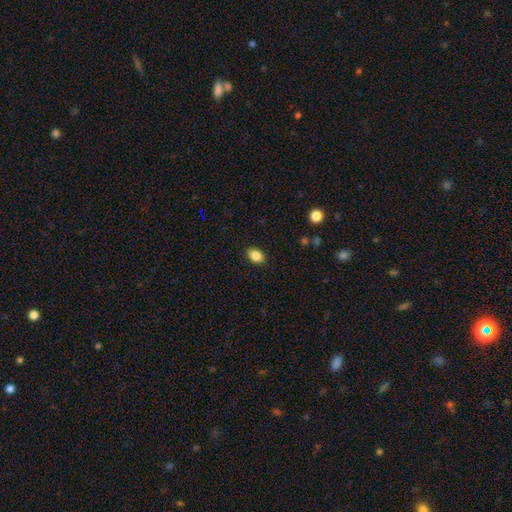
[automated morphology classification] Smooth or featured? Predicted: smooth (p=0.86). How rounded? Predicted: in between (p=0.81). Merging? Predicted: none (p=0.89).